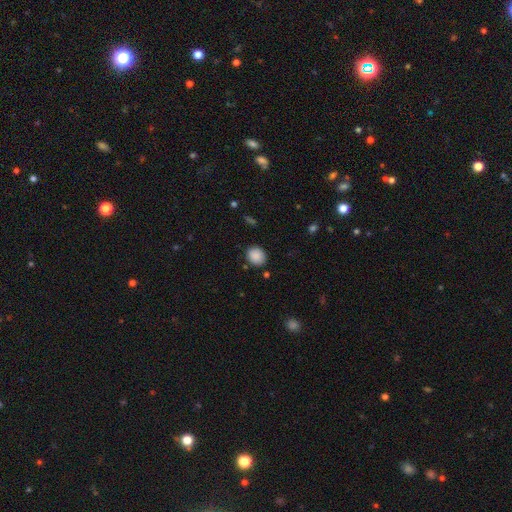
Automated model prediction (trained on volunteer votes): This is clearly a smooth galaxy (89%). How rounded: likely round (65%). Merging: clearly none (85%).